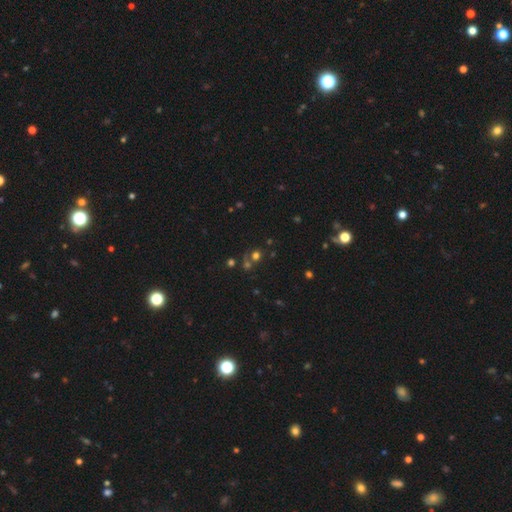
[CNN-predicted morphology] A smooth galaxy with no disk features (55%) that is round (86%). Merging: none (57%).